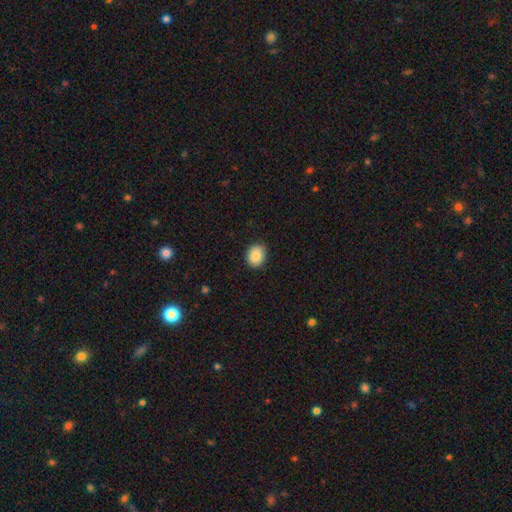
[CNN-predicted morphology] smooth-or-featured: smooth: 88% | star or artifact: 8% | featured or disk: 4%
  how-rounded: round: 56% | in between: 43% | cigar-shaped: 1%
  merging: none: 87% | minor disturbance: 10% | major disturbance: 2% | merger: 1%